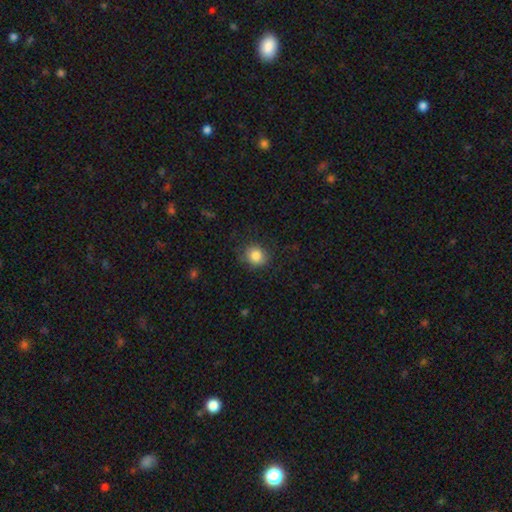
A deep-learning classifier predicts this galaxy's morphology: smooth 85%, star or artifact 9%, featured or disk 6%. Down the decision tree: how rounded — round (73%); merging — none (80%).